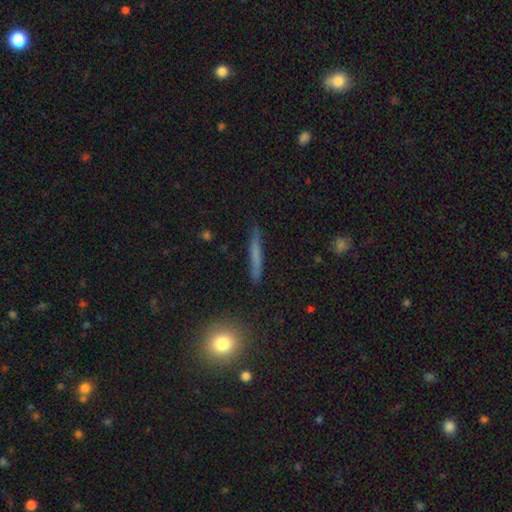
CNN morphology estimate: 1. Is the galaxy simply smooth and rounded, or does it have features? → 56% smooth, 35% featured or disk, 9% star or artifact.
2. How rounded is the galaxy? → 93% cigar-shaped, 4% in between, 3% round.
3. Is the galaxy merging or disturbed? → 88% none, 9% minor disturbance, 2% major disturbance, 1% merger.